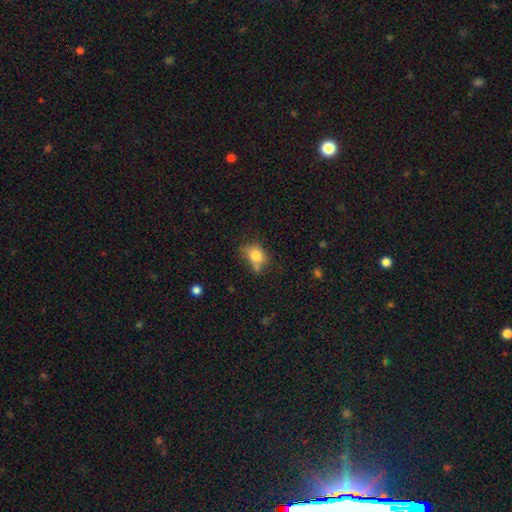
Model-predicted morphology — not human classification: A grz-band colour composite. It shows a smooth galaxy with no disk features (78%) that is in between round and cigar-shaped (56%). Merging: none (47%).